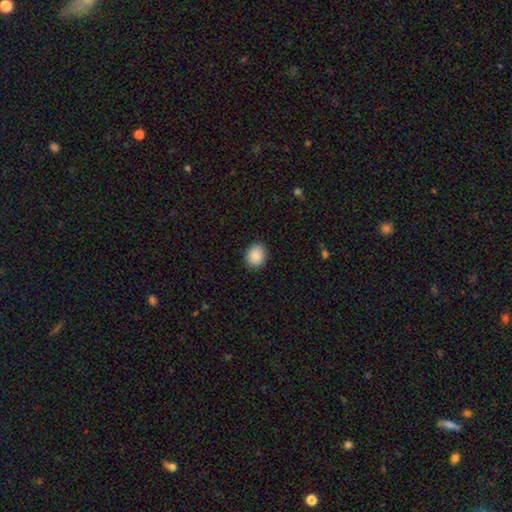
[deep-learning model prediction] Smooth or featured? Predicted: smooth (p=0.89). How rounded? Predicted: round (p=0.59). Merging? Predicted: none (p=0.89).